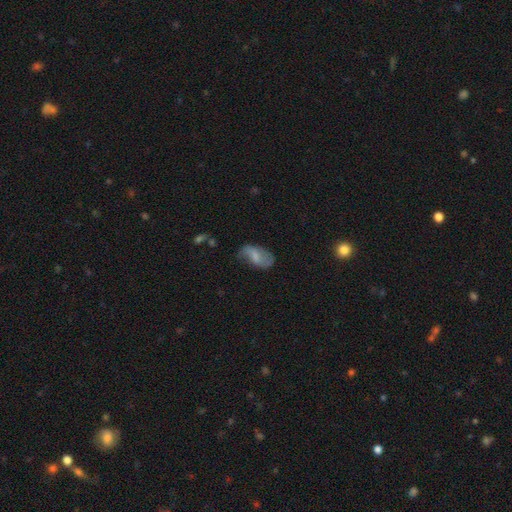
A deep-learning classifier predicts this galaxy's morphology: Overall: featured or disk (47%; smooth 45%). Merging: none (56%; minor disturbance 28%).